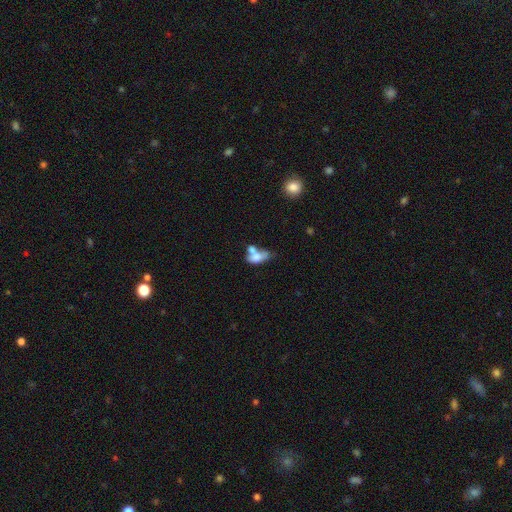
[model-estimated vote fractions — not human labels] A smooth galaxy with no disk features (63%) that is in between round and cigar-shaped (82%). Merging: merger (55%).